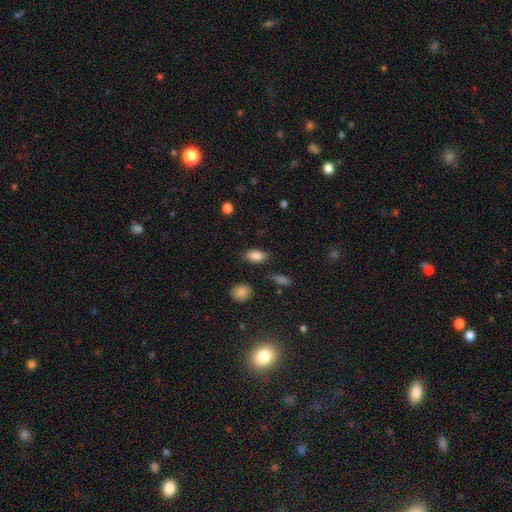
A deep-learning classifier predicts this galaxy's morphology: This appears to be a smooth galaxy with no disk features (85%) that is in between round and cigar-shaped (92%). Merging: none (84%).